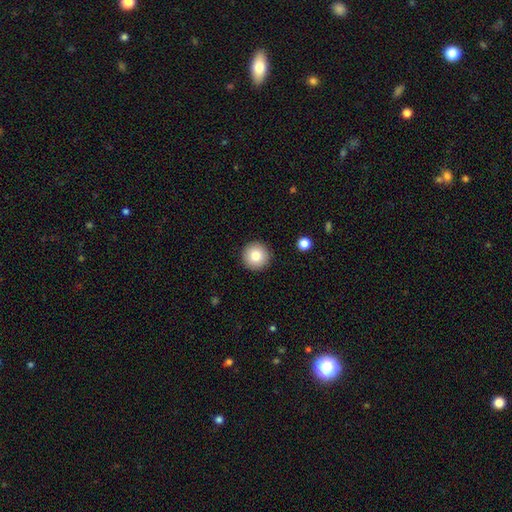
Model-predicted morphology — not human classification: This appears to be a smooth galaxy with no disk features (82%) that is round (96%). Merging: none (92%).